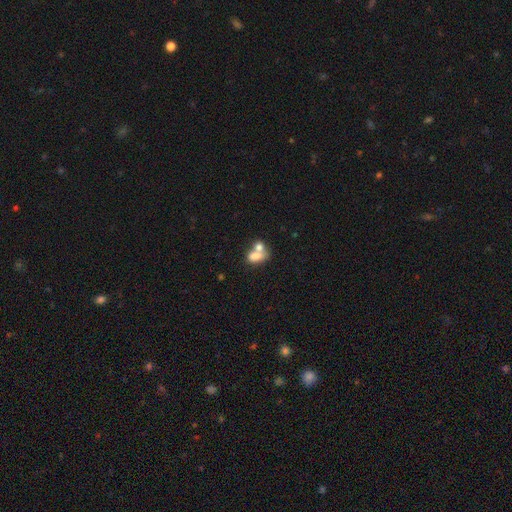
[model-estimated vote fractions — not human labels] This appears to be a smooth galaxy with no disk features (73%) that is in between round and cigar-shaped (77%). Merging: merger (62%).